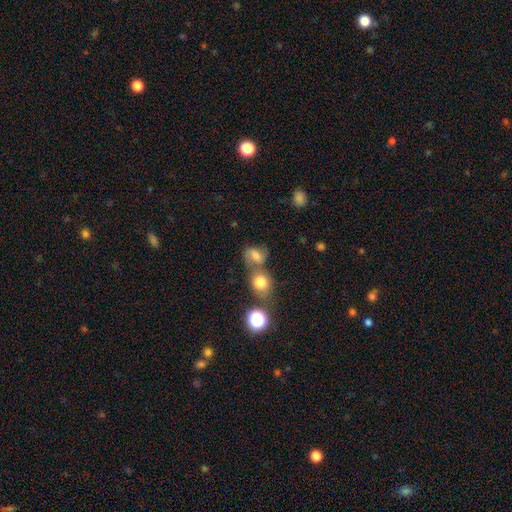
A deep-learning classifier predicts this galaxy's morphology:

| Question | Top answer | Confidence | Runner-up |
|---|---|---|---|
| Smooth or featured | smooth | 71% | star or artifact (15%) |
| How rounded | in between | 53% | round (45%) |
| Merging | merger | 46% | none (36%) |